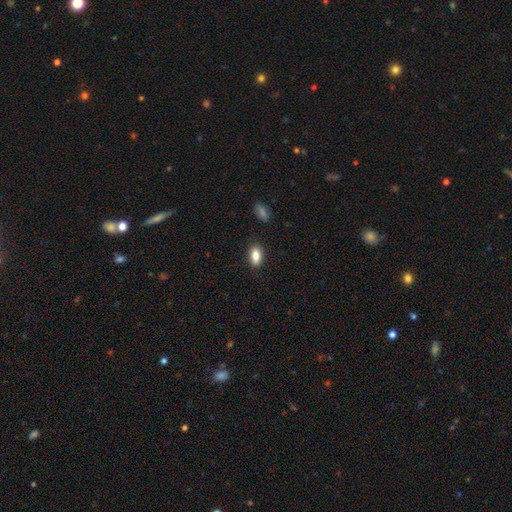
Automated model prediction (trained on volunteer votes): Smooth or featured? Predicted: smooth (p=0.85). How rounded? Predicted: in between (p=0.89). Merging? Predicted: none (p=0.87).